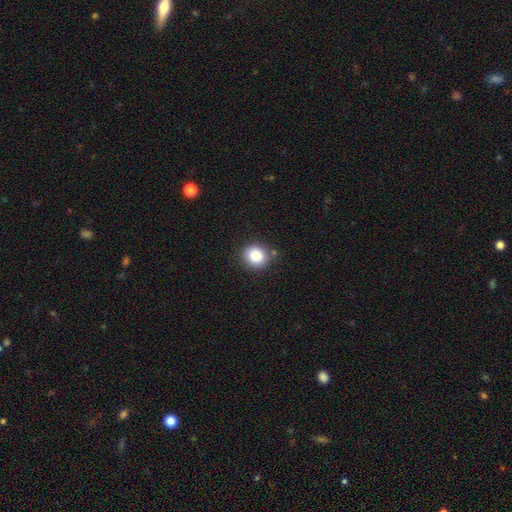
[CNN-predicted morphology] Smooth or featured? smooth (84%)
How rounded? round (84%)
Merging? none (85%)